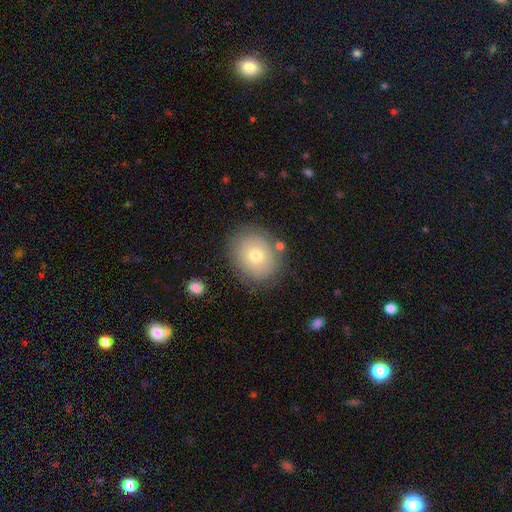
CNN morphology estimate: This is likely a smooth galaxy (66%). How rounded: likely round (63%). Merging: likely none (79%).